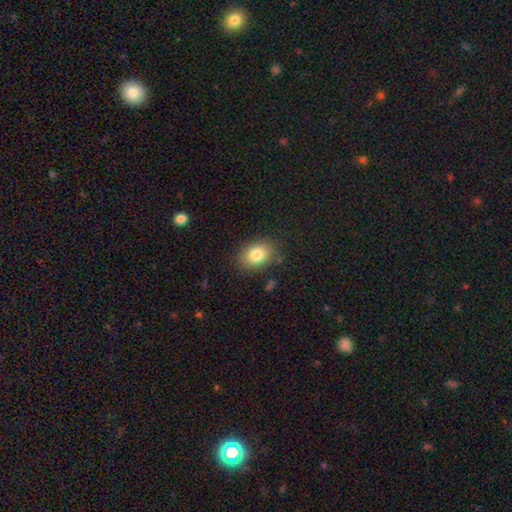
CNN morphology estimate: smooth 82%, featured or disk 9%, star or artifact 9%. Down the decision tree: how rounded — in between (73%); merging — none (83%).